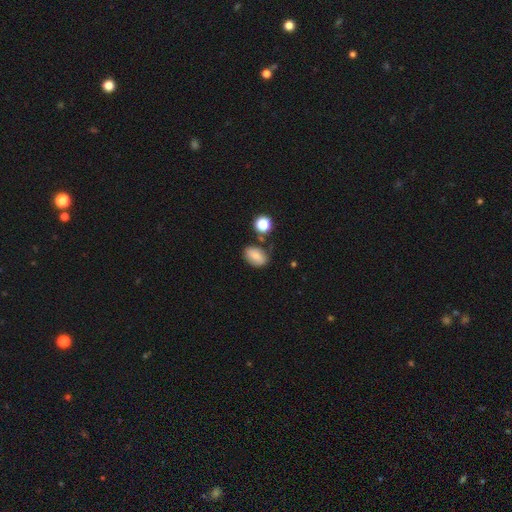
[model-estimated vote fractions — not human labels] A smooth galaxy with no disk features (75%) that is in between round and cigar-shaped (80%).

Vote fractions:
- Smooth or featured? smooth: 75% / featured or disk: 14% / star or artifact: 11%
- How rounded? in between: 80% / round: 18% / cigar-shaped: 2%
- Merging? none: 67% / minor disturbance: 20% / merger: 7% / major disturbance: 5%